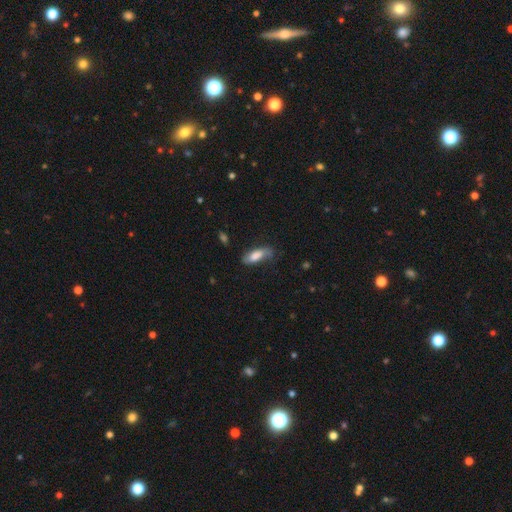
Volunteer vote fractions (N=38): A smooth galaxy with no disk features (79%) that is in between round and cigar-shaped (67%).

Vote fractions:
- Smooth or featured? smooth: 79% / featured or disk: 16% / star or artifact: 5%
- How rounded? in between: 67% / cigar-shaped: 30% / round: 3%
- Merging? none: 72% / minor disturbance: 25% / major disturbance: 3% / merger: 0%